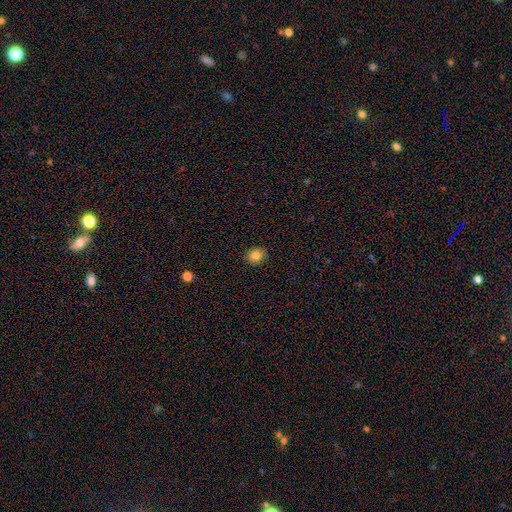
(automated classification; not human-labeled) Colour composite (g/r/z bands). It shows a smooth galaxy with no disk features (82%) that is round (58%). Merging: none (89%).